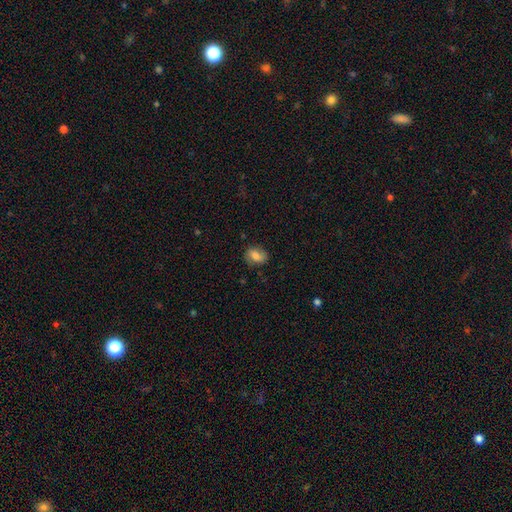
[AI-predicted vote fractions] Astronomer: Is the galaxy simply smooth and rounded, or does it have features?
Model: smooth — 75%.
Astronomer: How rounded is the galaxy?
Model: in between — 67%.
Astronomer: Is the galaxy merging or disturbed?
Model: none — 77%.